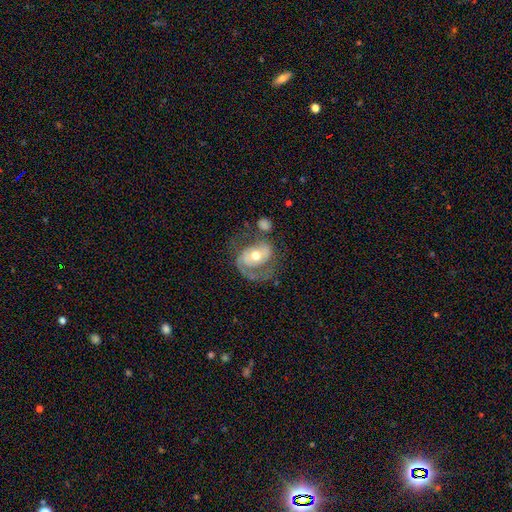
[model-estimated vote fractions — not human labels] Morphology: type=featured or disk (80%); edge-on=no (97%); bar=no (56%); spiral arms=yes (89%); winding=medium (44%); arm count=2 (60%); bulge=moderate (73%); merging=none (44%).